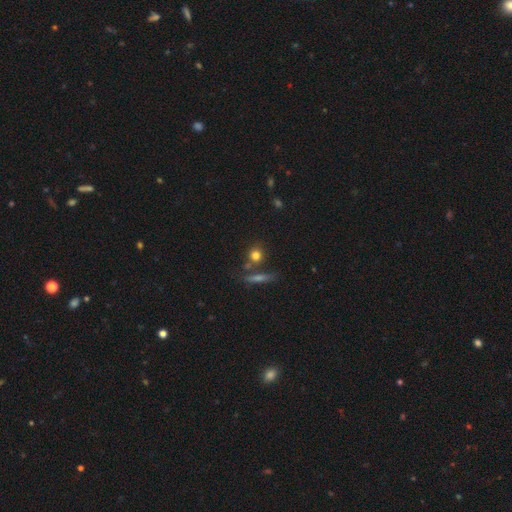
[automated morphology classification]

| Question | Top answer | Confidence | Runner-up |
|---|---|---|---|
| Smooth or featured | smooth | 76% | star or artifact (12%) |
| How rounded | round | 79% | in between (14%) |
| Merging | none | 67% | merger (18%) |